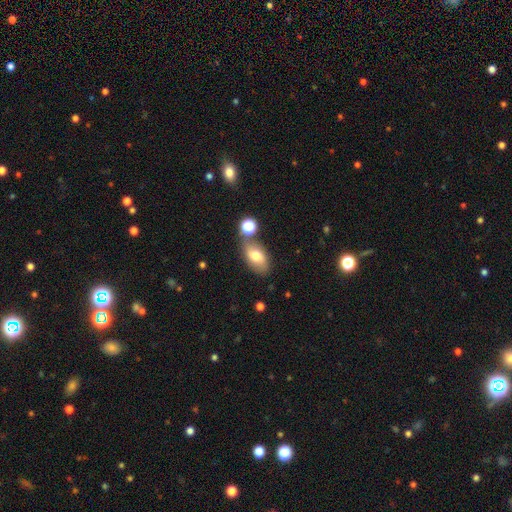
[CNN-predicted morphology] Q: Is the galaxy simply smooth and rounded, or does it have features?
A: smooth — 67%.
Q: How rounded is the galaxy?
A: in between — 90%.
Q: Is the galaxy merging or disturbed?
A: none — 67%.